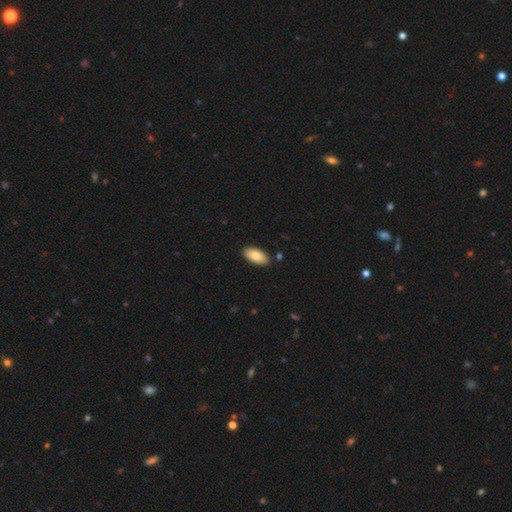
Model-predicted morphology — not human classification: smooth_or_featured: smooth (p=0.85) [alt: featured or disk p=0.09]
how_rounded: in between (p=0.93) [alt: cigar-shaped p=0.05]
merging: none (p=0.88) [alt: minor disturbance p=0.09]